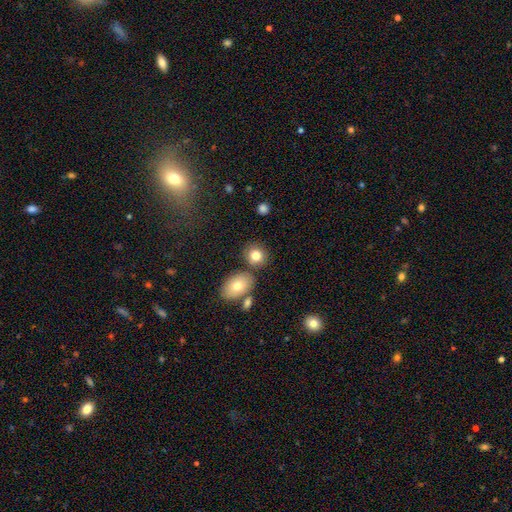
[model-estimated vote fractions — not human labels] Overall: smooth (79%). How rounded: round (62%; in between 37%). Merging: none (69%).